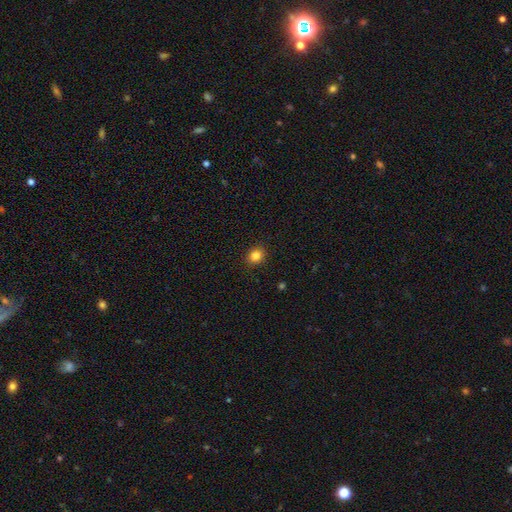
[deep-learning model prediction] Morphology: type=smooth (84%); roundness=round (71%); merging=none (91%).